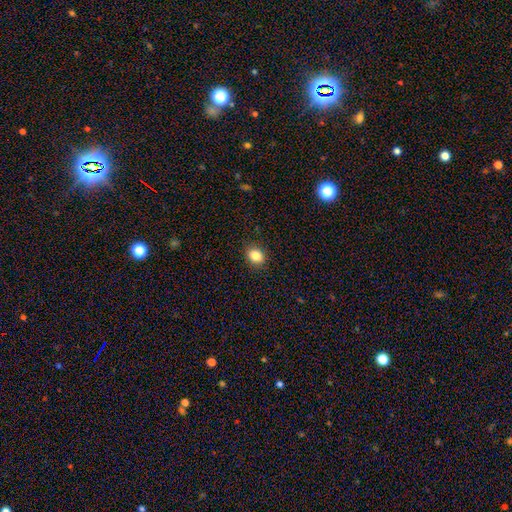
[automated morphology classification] smooth 85%, star or artifact 10%, featured or disk 5%. Down the decision tree: how rounded — in between (50%); merging — none (89%).